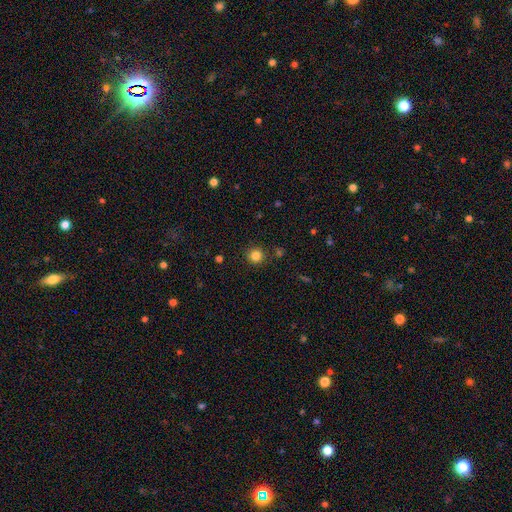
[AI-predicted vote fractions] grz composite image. It shows a smooth galaxy with no disk features (82%) that is round (94%). Merging: none (89%).